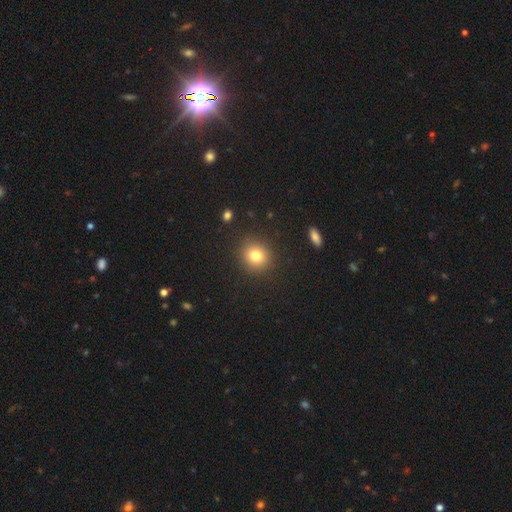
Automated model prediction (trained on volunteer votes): Smooth or featured? Predicted: smooth (p=0.79). How rounded? Predicted: round (p=0.85). Merging? Predicted: none (p=0.89).